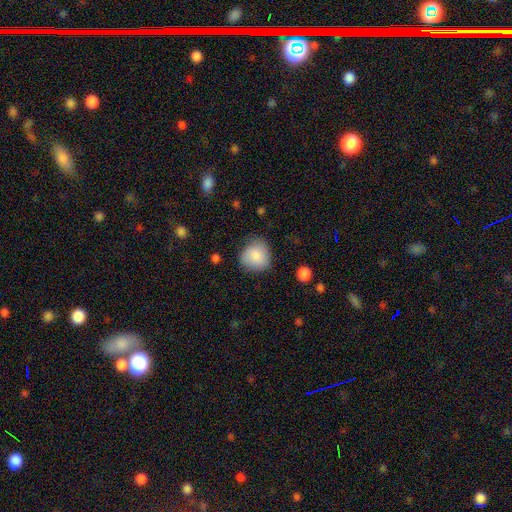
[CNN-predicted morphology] A smooth galaxy with no disk features (83%) that is round (83%).

Vote fractions:
- Smooth or featured? smooth: 83% / featured or disk: 10% / star or artifact: 7%
- How rounded? round: 83% / in between: 16% / cigar-shaped: 1%
- Merging? none: 71% / minor disturbance: 22% / major disturbance: 5% / merger: 2%